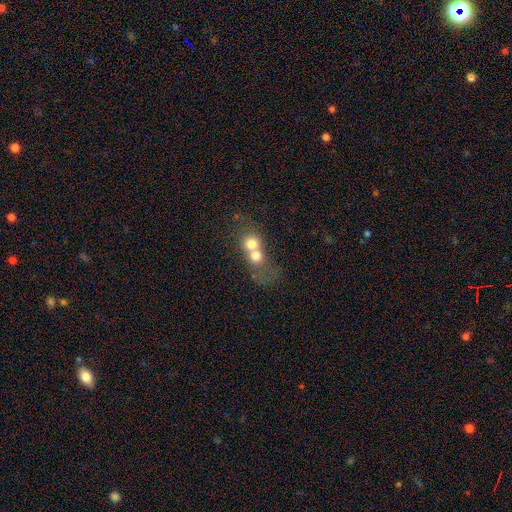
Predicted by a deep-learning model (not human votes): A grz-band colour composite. It shows a smooth galaxy with no disk features (65%) that is round (70%). Merging: merger (77%).